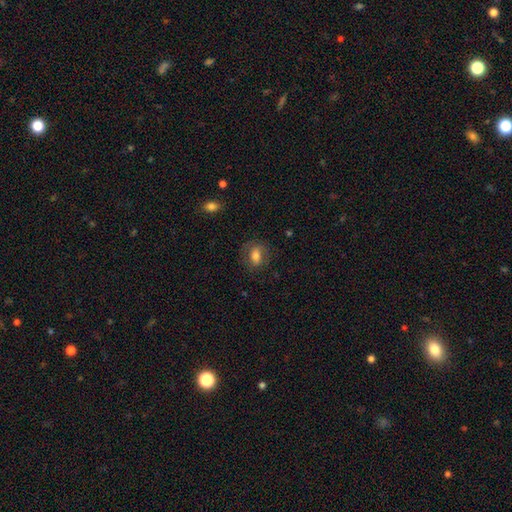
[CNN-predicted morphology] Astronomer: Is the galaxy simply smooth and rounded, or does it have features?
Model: smooth — 67%.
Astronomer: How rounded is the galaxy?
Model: in between — 66%.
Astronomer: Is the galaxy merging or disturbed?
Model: none — 72%.